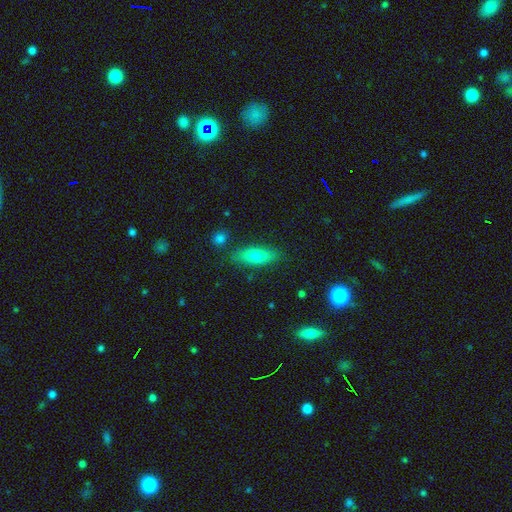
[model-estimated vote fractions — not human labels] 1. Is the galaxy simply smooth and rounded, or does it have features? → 72% smooth, 21% featured or disk, 7% star or artifact.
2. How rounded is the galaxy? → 56% in between, 41% cigar-shaped, 3% round.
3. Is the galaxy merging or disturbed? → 82% none, 12% minor disturbance, 3% merger, 3% major disturbance.